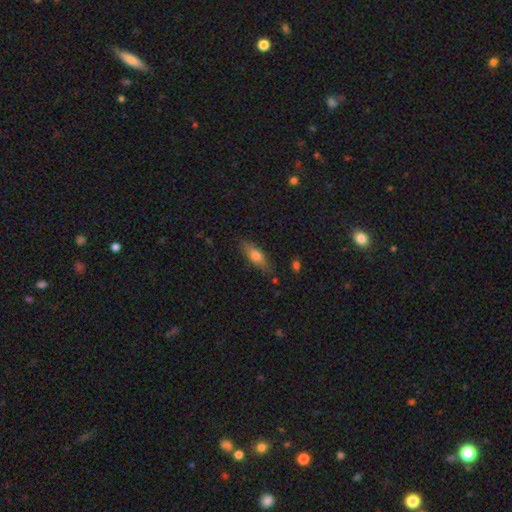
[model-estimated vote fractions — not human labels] Smooth or featured? Predicted: smooth (p=0.56). How rounded? Predicted: in between (p=0.49). Merging? Predicted: none (p=0.81).